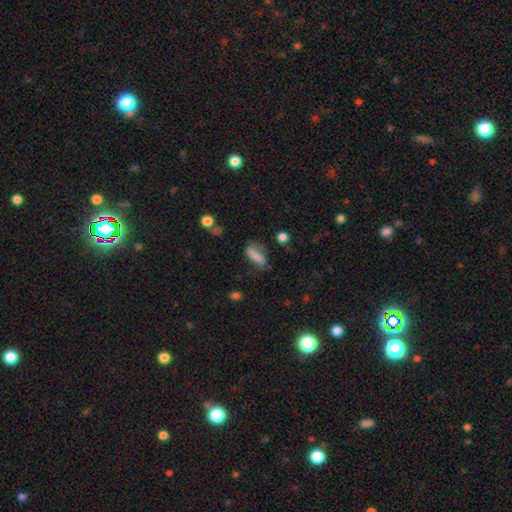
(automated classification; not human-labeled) smooth_or_featured: smooth (p=0.74) [alt: featured or disk p=0.15]
how_rounded: in between (p=0.59) [alt: cigar-shaped p=0.37]
merging: none (p=0.48) [alt: minor disturbance p=0.28]